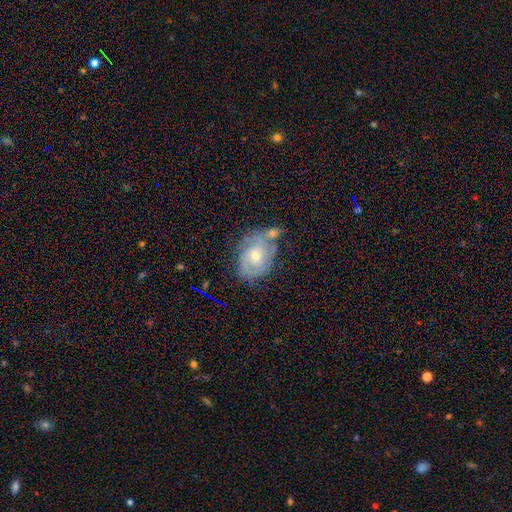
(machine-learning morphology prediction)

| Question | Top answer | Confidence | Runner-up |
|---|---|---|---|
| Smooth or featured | featured or disk | 74% | smooth (19%) |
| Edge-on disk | no | 97% | yes (3%) |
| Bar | no | 69% | weak (26%) |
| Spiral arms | yes | 89% | no (11%) |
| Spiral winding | tight | 61% | medium (31%) |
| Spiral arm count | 2 | 41% | can't tell (32%) |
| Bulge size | moderate | 56% | small (39%) |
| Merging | none | 51% | minor disturbance (23%) |